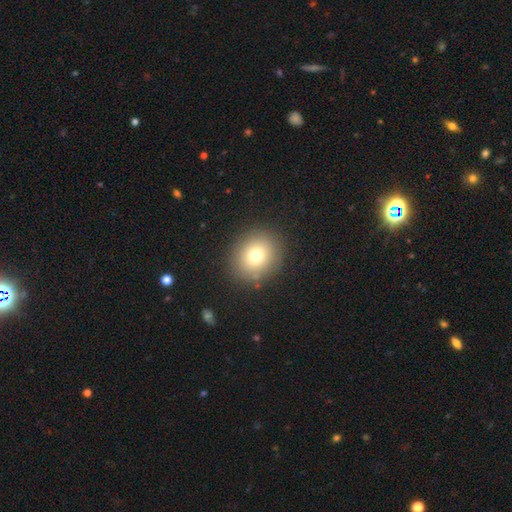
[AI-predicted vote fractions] smooth_or_featured: smooth (p=0.75) [alt: star or artifact p=0.13]
how_rounded: round (p=0.74) [alt: in between p=0.25]
merging: none (p=0.87) [alt: minor disturbance p=0.08]